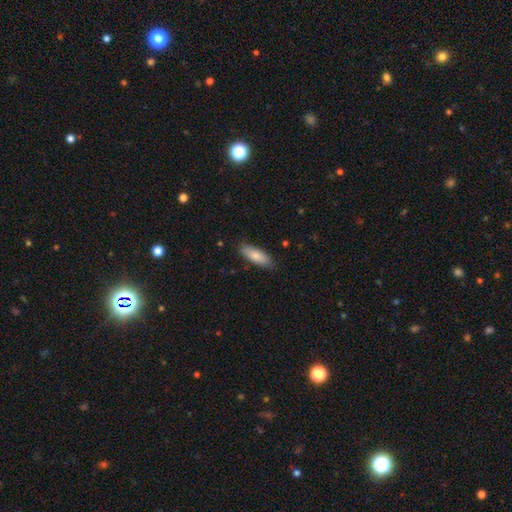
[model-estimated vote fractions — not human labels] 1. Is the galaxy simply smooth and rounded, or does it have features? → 81% smooth, 13% featured or disk, 6% star or artifact.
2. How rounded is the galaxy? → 63% in between, 35% cigar-shaped, 2% round.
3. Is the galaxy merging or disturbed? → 85% none, 12% minor disturbance, 2% major disturbance, 1% merger.